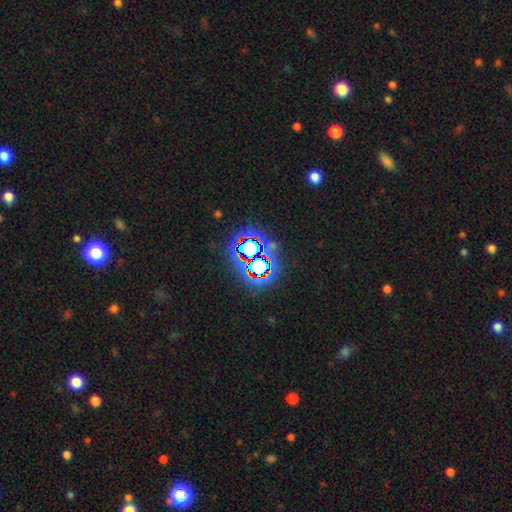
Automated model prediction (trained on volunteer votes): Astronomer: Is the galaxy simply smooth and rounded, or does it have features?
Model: star or artifact — 78%.